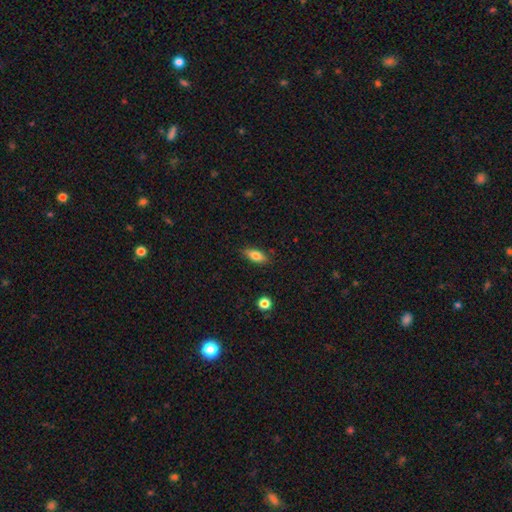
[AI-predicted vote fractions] This appears to be a smooth galaxy with no disk features (78%) that is in between round and cigar-shaped (77%). Merging: none (84%).